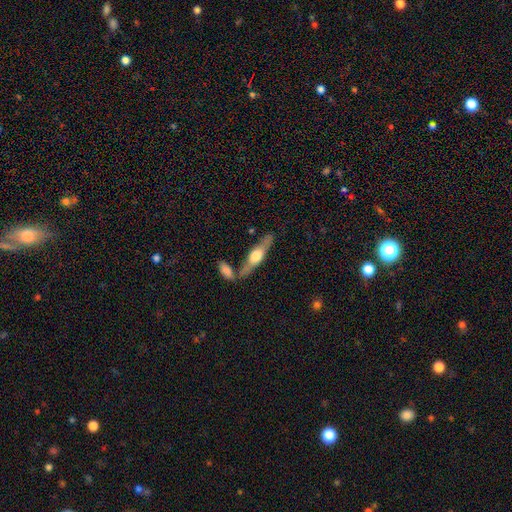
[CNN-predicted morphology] This appears to be a featured or disk galaxy (60%) viewed edge-on (90%) with a rounded central bulge (93%). Merging: none (69%).